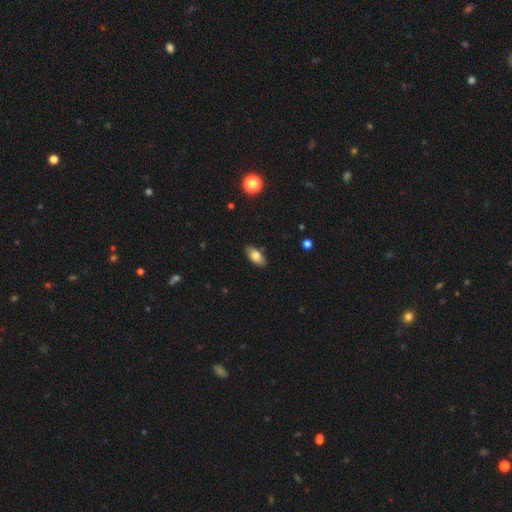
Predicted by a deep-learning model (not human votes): Smooth or featured? Predicted: smooth (p=0.76). How rounded? Predicted: in between (p=0.89). Merging? Predicted: none (p=0.86).